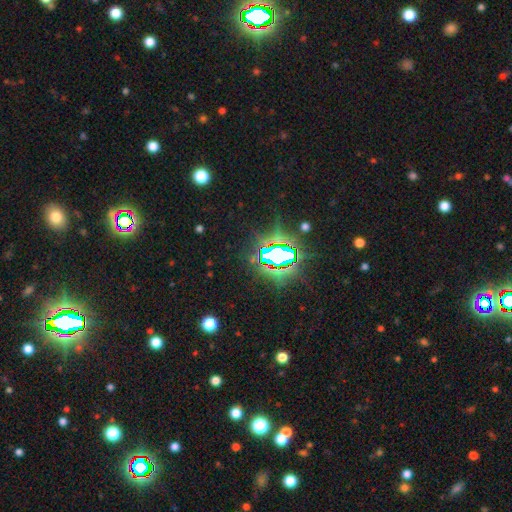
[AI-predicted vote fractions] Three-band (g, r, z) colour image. It shows a star or artifact, not a galaxy (83%).